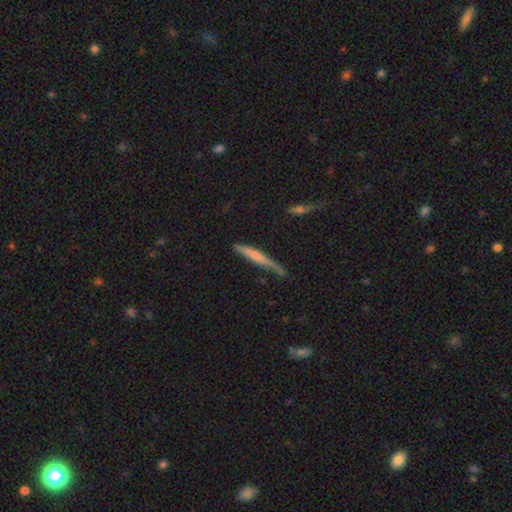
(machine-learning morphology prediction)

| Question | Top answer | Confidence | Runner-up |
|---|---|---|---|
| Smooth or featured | smooth | 53% | featured or disk (41%) |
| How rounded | cigar-shaped | 94% | in between (4%) |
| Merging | none | 61% | minor disturbance (27%) |